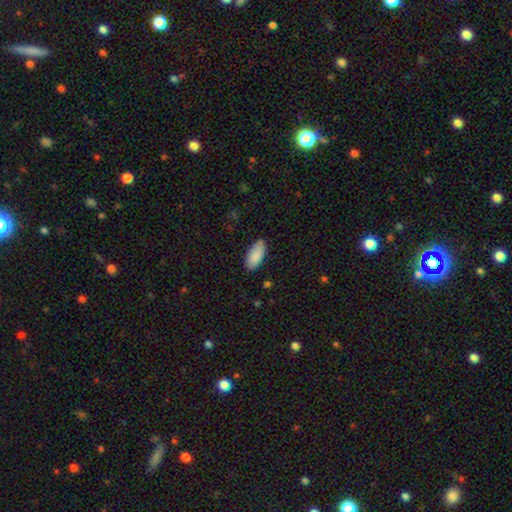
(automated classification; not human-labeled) The model was most divided on "merging": none: 82%, minor disturbance: 14%, major disturbance: 2%, merger: 1%. More confident: how rounded — in between (91%); smooth or featured — smooth (89%).